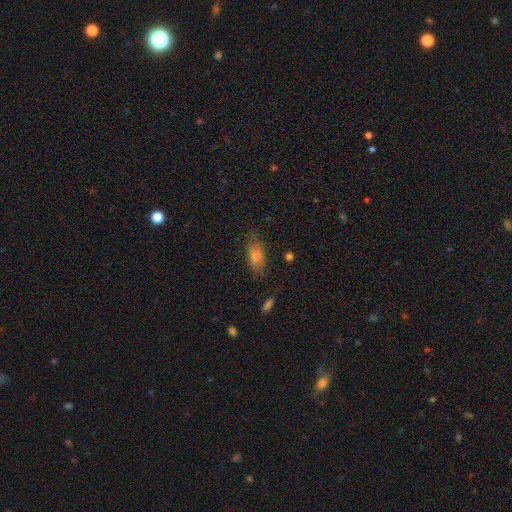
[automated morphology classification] Q: Smooth or featured?
A: smooth (78%); runner-up: featured or disk (12%)
Q: How rounded?
A: in between (82%); runner-up: cigar-shaped (15%)
Q: Merging?
A: none (69%); runner-up: minor disturbance (21%)